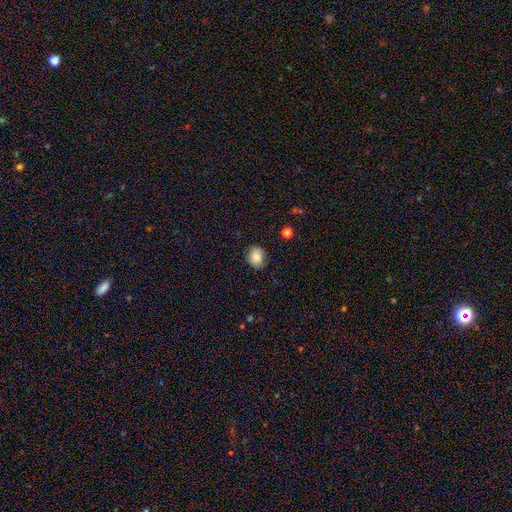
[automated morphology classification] Smooth or featured? smooth (84%)
How rounded? round (61%)
Merging? none (85%)